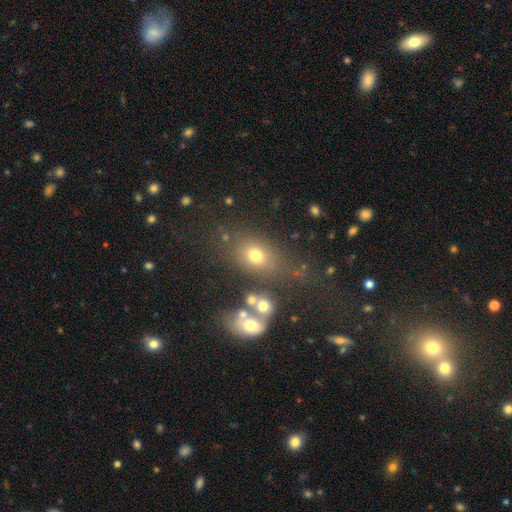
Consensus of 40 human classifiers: Smooth or featured?
  - smooth: 80% *
  - featured or disk: 12%
  - star or artifact: 8%
How rounded?
  - in between: 69% *
  - round: 28%
  - cigar-shaped: 3%
Merging?
  - none: 62% *
  - minor disturbance: 19%
  - major disturbance: 14%
  - merger: 5%